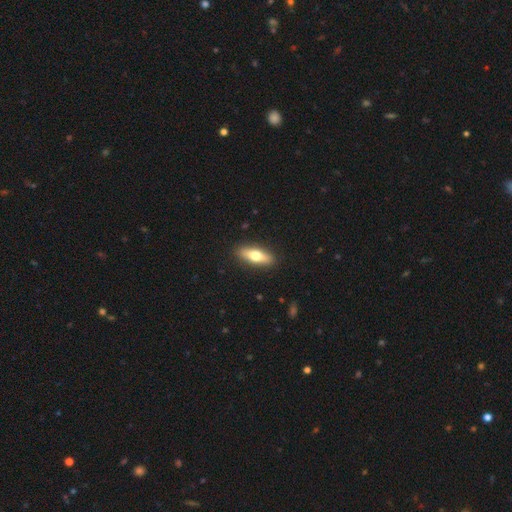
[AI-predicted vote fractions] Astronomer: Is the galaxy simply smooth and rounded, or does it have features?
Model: smooth — 61%.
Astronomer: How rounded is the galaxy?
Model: in between — 52% (runner-up: cigar-shaped, 45%).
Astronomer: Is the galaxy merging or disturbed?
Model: none — 90%.